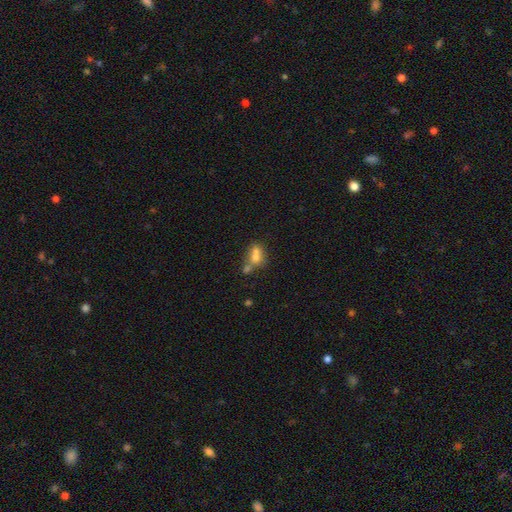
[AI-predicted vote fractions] Morphology: type=smooth (65%); roundness=in between (51%); merging=merger (59%).